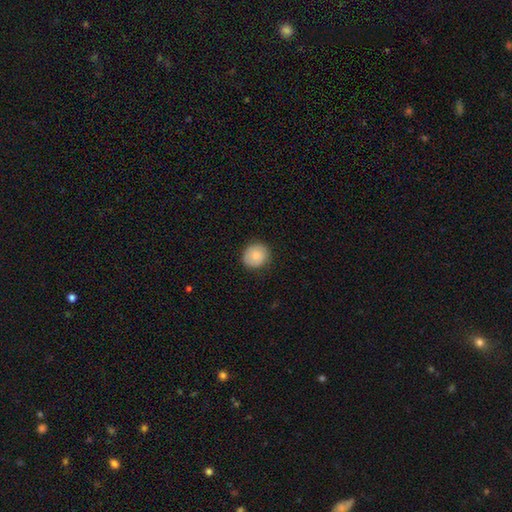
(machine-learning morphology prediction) This appears to be a smooth galaxy with no disk features (79%) that is round (85%). Merging: none (85%).